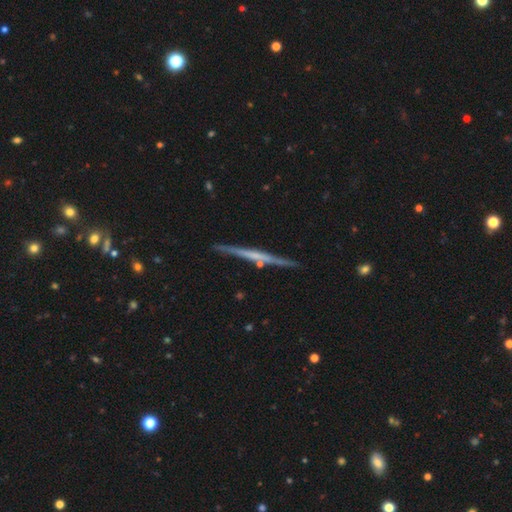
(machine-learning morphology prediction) type=featured or disk (67%); edge-on=yes (98%); edge-on bulge=none (74%); merging=none (87%).